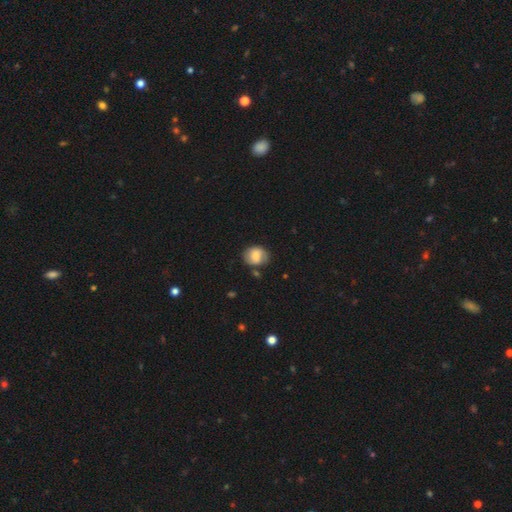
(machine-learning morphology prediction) This appears to be a smooth galaxy with no disk features (71%) that is round (62%). Merging: none (66%).